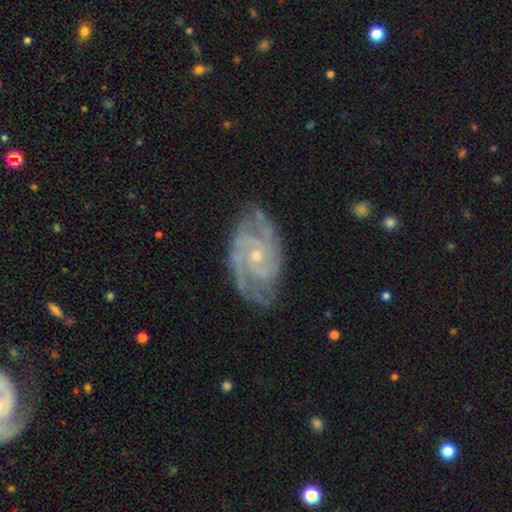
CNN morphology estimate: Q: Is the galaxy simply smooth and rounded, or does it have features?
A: featured or disk — 90%.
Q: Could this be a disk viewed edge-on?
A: no — 97%.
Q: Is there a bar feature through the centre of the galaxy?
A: no — 66%.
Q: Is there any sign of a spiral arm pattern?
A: yes — 98%.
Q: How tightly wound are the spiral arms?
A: tight — 53%.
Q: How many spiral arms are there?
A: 2 — 51%.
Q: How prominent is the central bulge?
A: small — 73%.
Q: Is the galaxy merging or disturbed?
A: none — 76%.